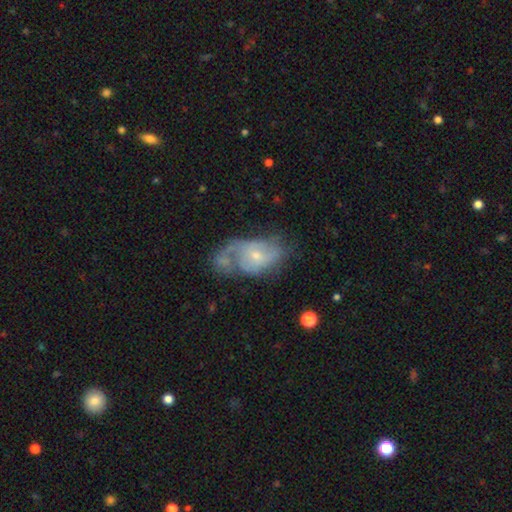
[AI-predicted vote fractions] Smooth or featured: featured or disk — 66% (smooth — 26%)
Edge-on disk: no — 96% (yes — 4%)
Bar: no — 69% (weak — 27%)
Spiral arms: yes — 72% (no — 28%)
Bulge size: small — 65% (moderate — 29%)
Merging: major disturbance — 34% (none — 26%)